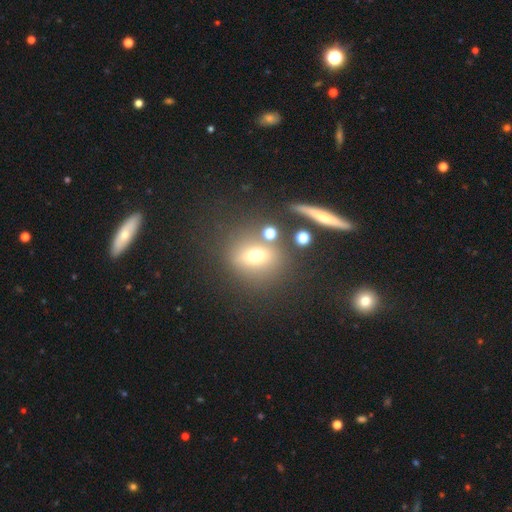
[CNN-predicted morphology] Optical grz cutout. It shows a smooth galaxy with no disk features (62%) that is round (59%). Merging: none (68%).